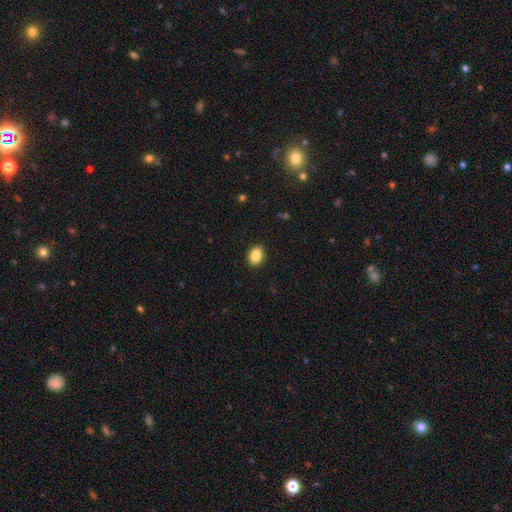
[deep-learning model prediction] Smooth or featured: smooth — 87% (star or artifact — 8%)
How rounded: in between — 70% (round — 29%)
Merging: none — 90% (minor disturbance — 7%)